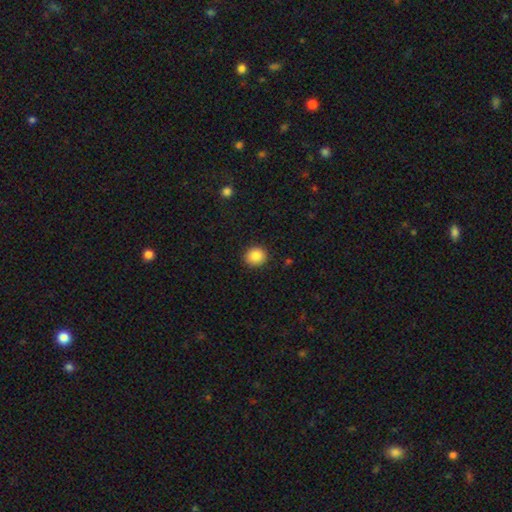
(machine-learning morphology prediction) Overall: smooth (87%). How rounded: round (84%). Merging: none (90%).